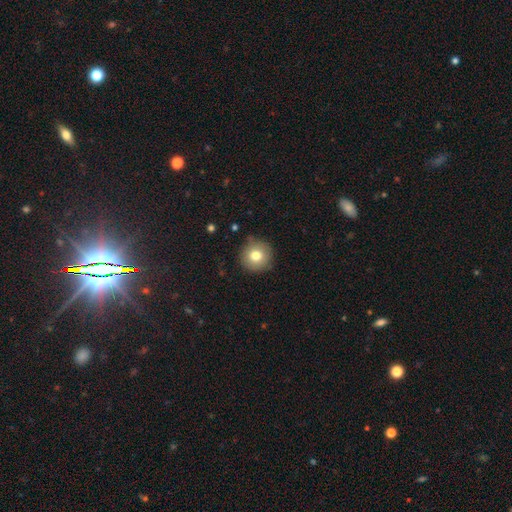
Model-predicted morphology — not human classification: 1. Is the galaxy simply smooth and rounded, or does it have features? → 77% smooth, 12% featured or disk, 10% star or artifact.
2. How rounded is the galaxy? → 95% round, 4% in between, 1% cigar-shaped.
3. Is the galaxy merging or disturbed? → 87% none, 10% minor disturbance, 2% major disturbance, 1% merger.